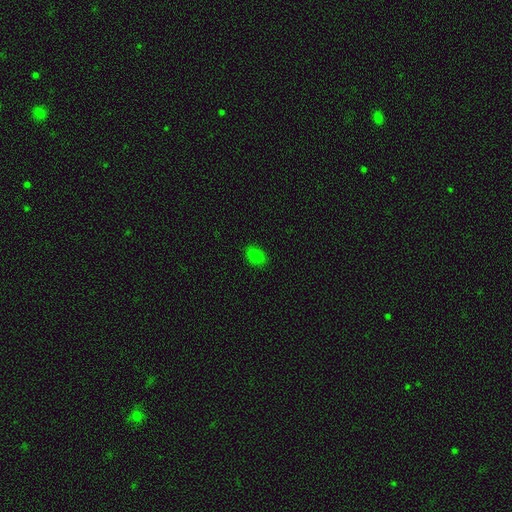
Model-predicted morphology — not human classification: Smooth or featured: smooth — 82% (star or artifact — 13%)
How rounded: in between — 87% (round — 11%)
Merging: none — 87% (minor disturbance — 9%)